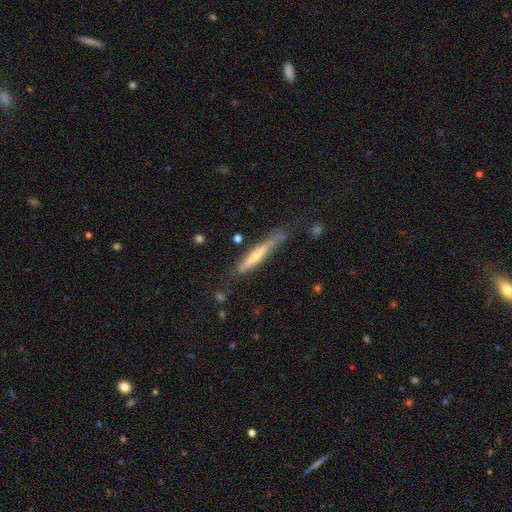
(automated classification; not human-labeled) smooth_or_featured: featured or disk (p=0.58) [alt: smooth p=0.36]
disk_edge_on: yes (p=0.90) [alt: no p=0.10]
edge_on_bulge: rounded (p=0.71) [alt: none p=0.23]
merging: none (p=0.61) [alt: minor disturbance p=0.26]